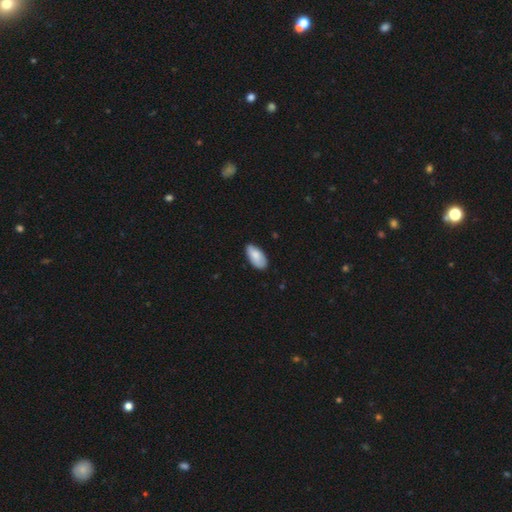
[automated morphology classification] Overall: smooth (82%). How rounded: in between (94%). Merging: none (78%).